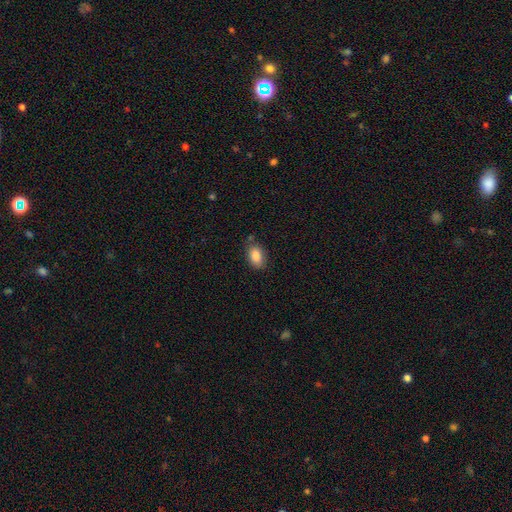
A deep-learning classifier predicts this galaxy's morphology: Smooth or featured: smooth — 87% (star or artifact — 8%)
How rounded: in between — 89% (round — 10%)
Merging: none — 77% (minor disturbance — 16%)